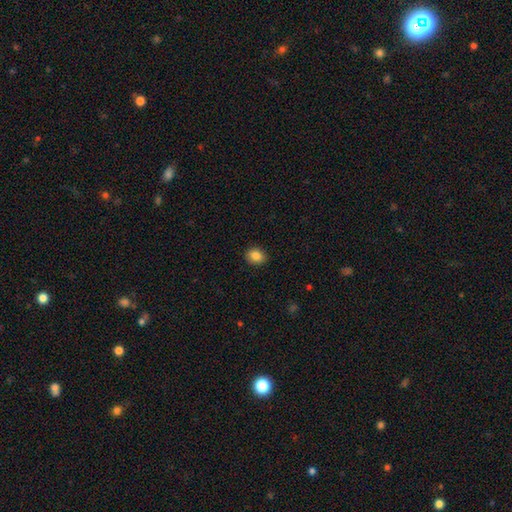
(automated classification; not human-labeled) A smooth galaxy with no disk features (86%) that is in between round and cigar-shaped (50%).

Vote fractions:
- Smooth or featured? smooth: 86% / star or artifact: 9% / featured or disk: 5%
- How rounded? in between: 50% / round: 49% / cigar-shaped: 1%
- Merging? none: 90% / minor disturbance: 7% / major disturbance: 2% / merger: 1%